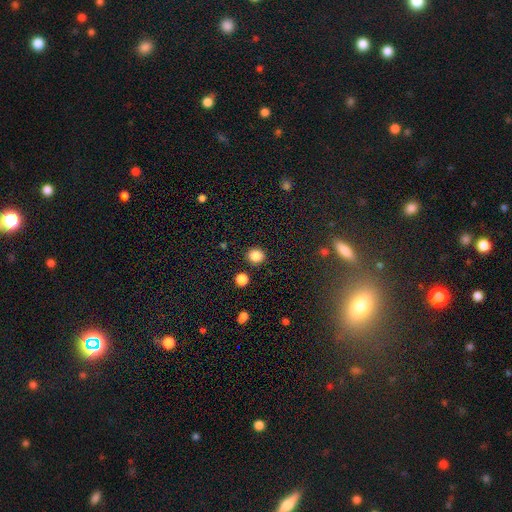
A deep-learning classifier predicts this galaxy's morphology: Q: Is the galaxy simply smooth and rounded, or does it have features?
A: smooth — 85%.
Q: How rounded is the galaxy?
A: round — 88%.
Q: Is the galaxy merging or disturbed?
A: none — 89%.